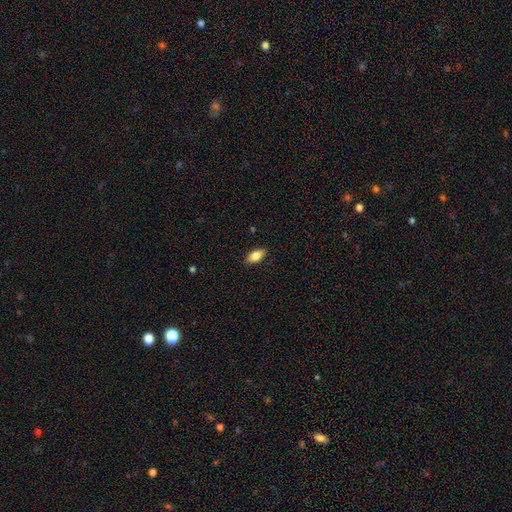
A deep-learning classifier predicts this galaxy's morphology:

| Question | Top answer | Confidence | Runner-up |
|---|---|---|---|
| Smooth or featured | smooth | 83% | featured or disk (10%) |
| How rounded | in between | 90% | cigar-shaped (6%) |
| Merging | none | 88% | minor disturbance (9%) |